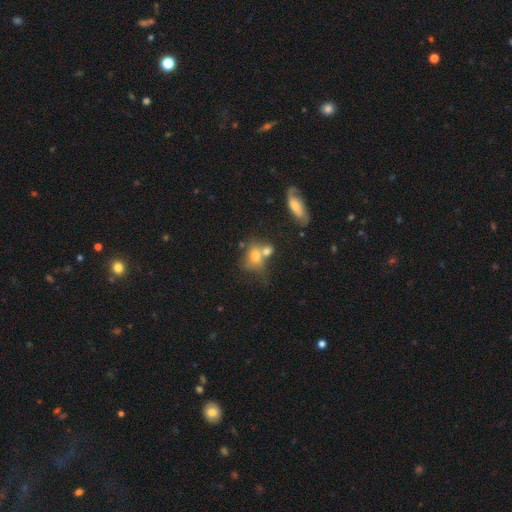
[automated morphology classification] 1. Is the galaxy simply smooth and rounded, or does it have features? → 66% smooth, 22% featured or disk, 12% star or artifact.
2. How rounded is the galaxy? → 54% in between, 44% round, 3% cigar-shaped.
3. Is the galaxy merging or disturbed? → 44% merger, 33% none, 15% minor disturbance, 8% major disturbance.